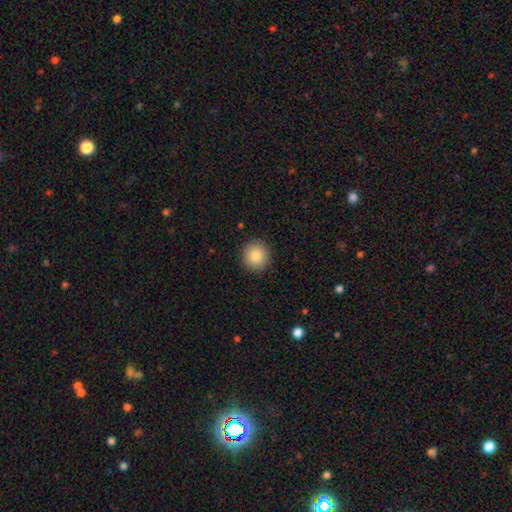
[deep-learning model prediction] A smooth galaxy with no disk features (87%) that is round (93%). Merging: none (92%).